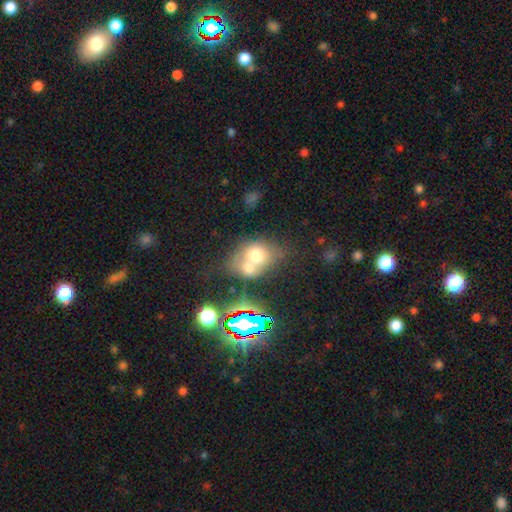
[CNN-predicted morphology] A smooth galaxy with no disk features (62%) that is round (54%). Merging: merger (63%).